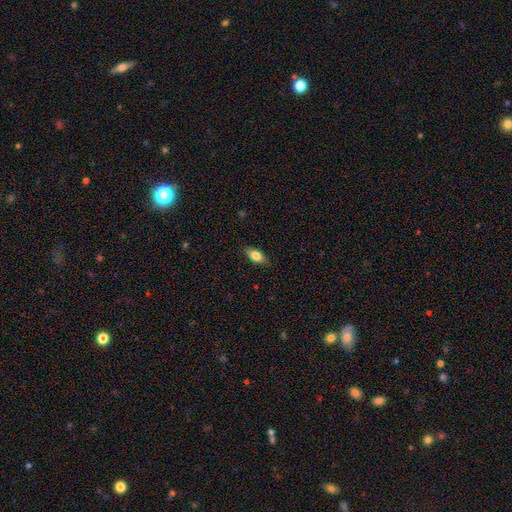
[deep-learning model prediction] smooth-or-featured: smooth: 79% | featured or disk: 14% | star or artifact: 7%
  how-rounded: in between: 85% | cigar-shaped: 9% | round: 5%
  merging: none: 84% | minor disturbance: 13% | major disturbance: 3% | merger: 1%